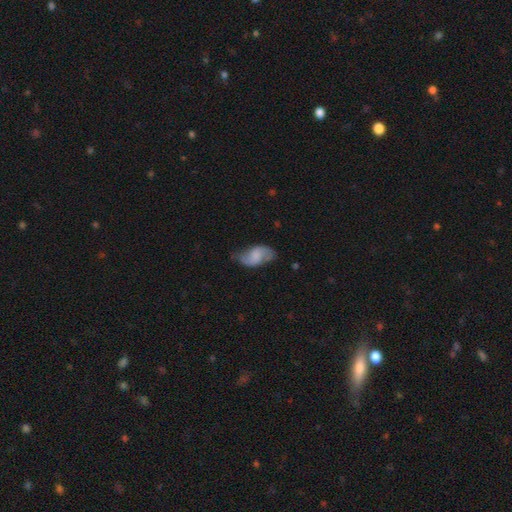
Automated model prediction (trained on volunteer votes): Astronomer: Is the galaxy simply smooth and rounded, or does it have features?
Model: featured or disk — 51% (runner-up: smooth, 41%).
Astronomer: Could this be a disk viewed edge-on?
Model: no — 96%.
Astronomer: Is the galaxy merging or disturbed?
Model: none — 61%.